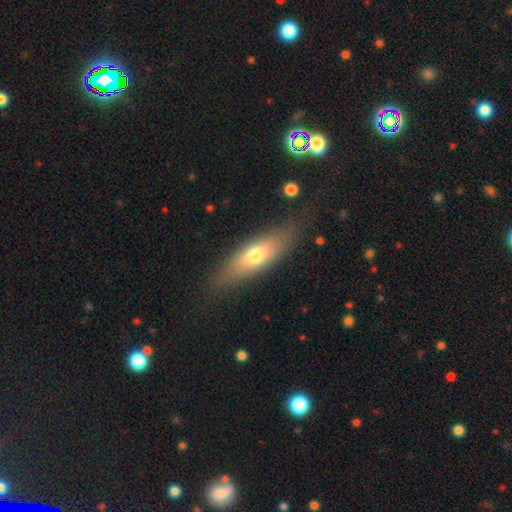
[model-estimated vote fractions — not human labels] A smooth galaxy with no disk features (61%) that is in between round and cigar-shaped (57%). Merging: none (77%).